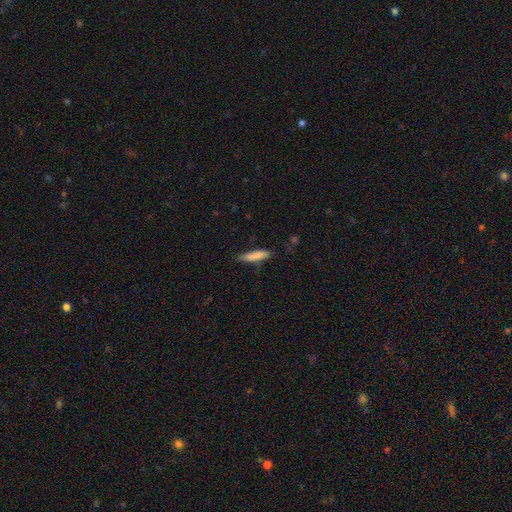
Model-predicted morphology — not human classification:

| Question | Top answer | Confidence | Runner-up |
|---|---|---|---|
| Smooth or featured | smooth | 83% | featured or disk (11%) |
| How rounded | cigar-shaped | 79% | in between (19%) |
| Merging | none | 77% | minor disturbance (18%) |